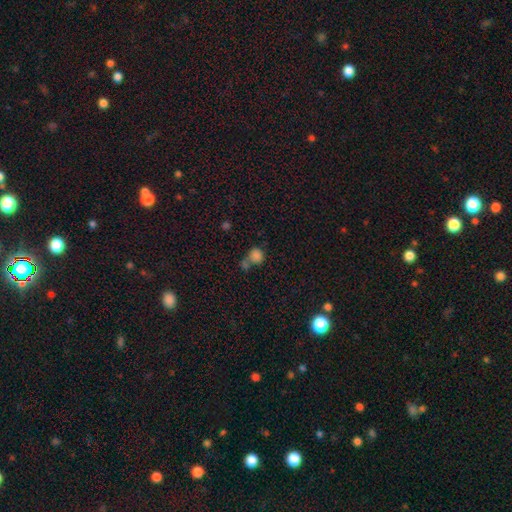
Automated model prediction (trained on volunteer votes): The model was most divided on "merging": merger: 49%, none: 33%, minor disturbance: 10%, major disturbance: 7%. More confident: smooth or featured — smooth (80%); how rounded — round (77%).